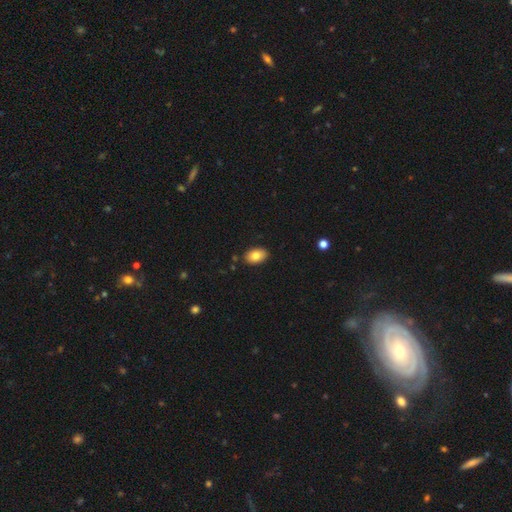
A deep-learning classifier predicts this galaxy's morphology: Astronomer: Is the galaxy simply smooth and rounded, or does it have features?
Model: smooth — 82%.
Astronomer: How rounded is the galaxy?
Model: in between — 90%.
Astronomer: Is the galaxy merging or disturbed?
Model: none — 87%.